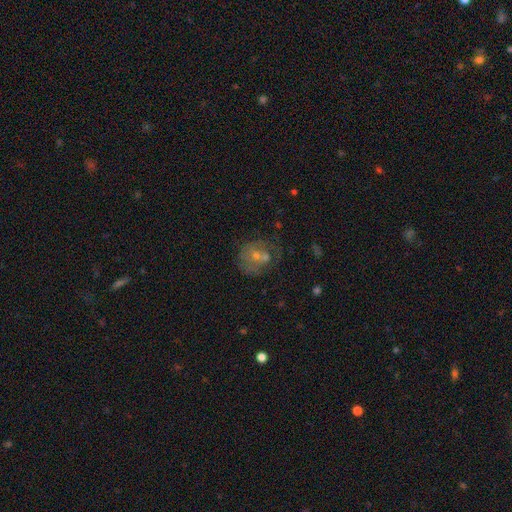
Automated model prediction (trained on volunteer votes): Smooth or featured? featured or disk (48%)
Merging? none (50%)